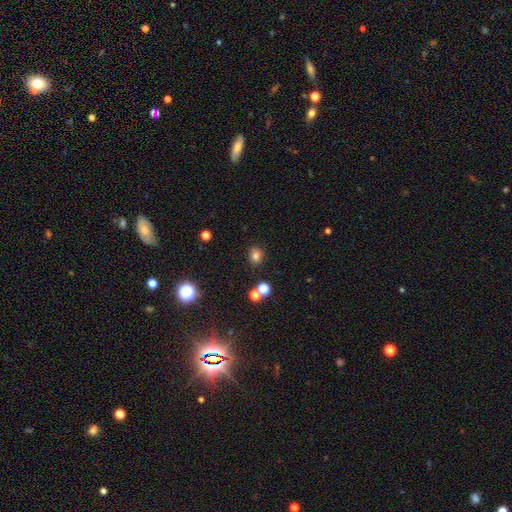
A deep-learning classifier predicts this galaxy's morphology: This appears to be a smooth galaxy with no disk features (77%) that is round (68%). Merging: none (84%).